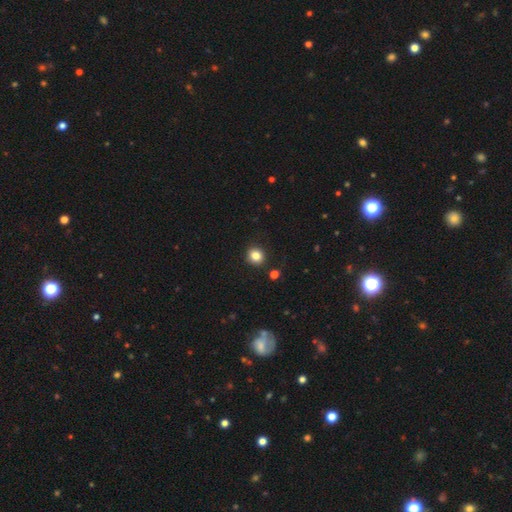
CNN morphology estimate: Smooth or featured? smooth (83%)
How rounded? round (82%)
Merging? none (88%)